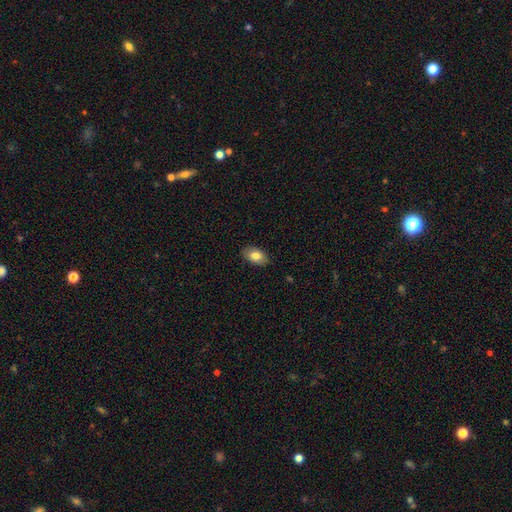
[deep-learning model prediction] Smooth or featured? Predicted: smooth (p=0.81). How rounded? Predicted: in between (p=0.92). Merging? Predicted: none (p=0.88).